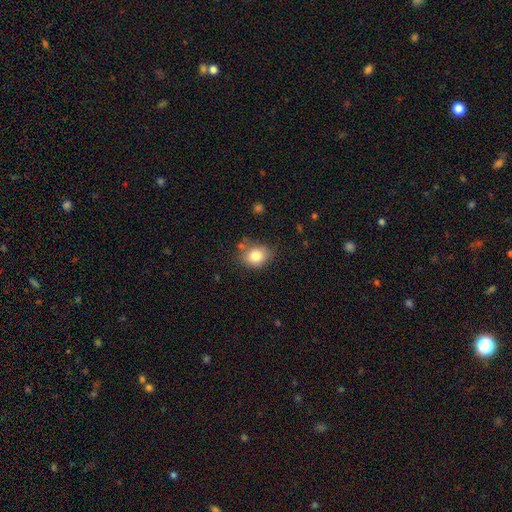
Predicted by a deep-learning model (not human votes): A smooth galaxy with no disk features (81%) that is round (51%).

Vote fractions:
- Smooth or featured? smooth: 81% / star or artifact: 9% / featured or disk: 9%
- How rounded? round: 51% / in between: 48% / cigar-shaped: 1%
- Merging? none: 72% / minor disturbance: 18% / merger: 5% / major disturbance: 5%